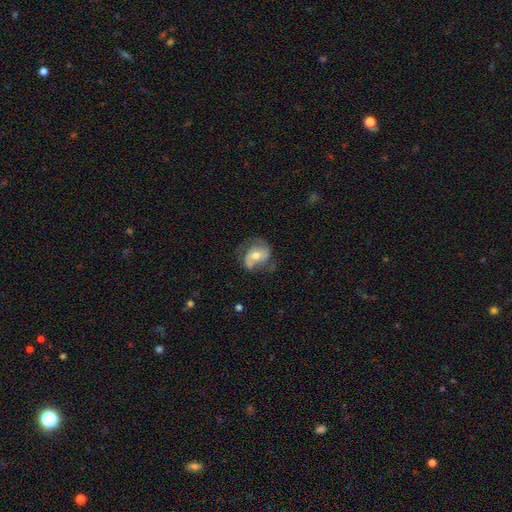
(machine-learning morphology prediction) This is likely a featured or disk galaxy (62%). It is clearly not viewed edge-on (96%). Bar: possibly no (53%). Spiral arm pattern: clearly yes (83%). Central bulge: likely moderate (65%). Merging: possibly none (53%).